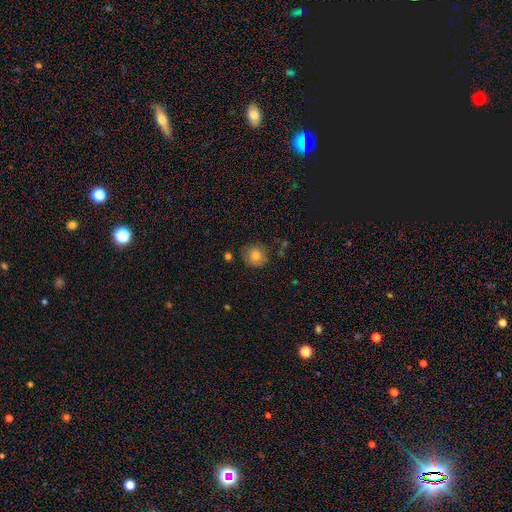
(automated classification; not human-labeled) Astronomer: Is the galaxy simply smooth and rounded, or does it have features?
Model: smooth — 76%.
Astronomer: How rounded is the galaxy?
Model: round — 86%.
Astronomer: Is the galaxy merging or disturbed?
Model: none — 77%.